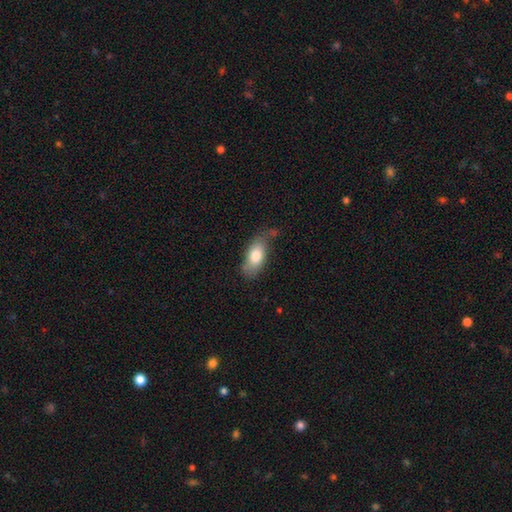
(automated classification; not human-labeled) This is likely a smooth galaxy (77%). How rounded: clearly in between (89%). Merging: possibly none (55%).